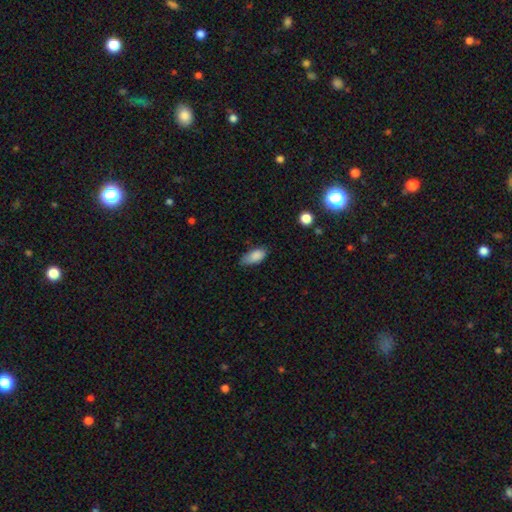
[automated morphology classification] A smooth galaxy with no disk features (86%) that is in between round and cigar-shaped (89%). Merging: none (57%).